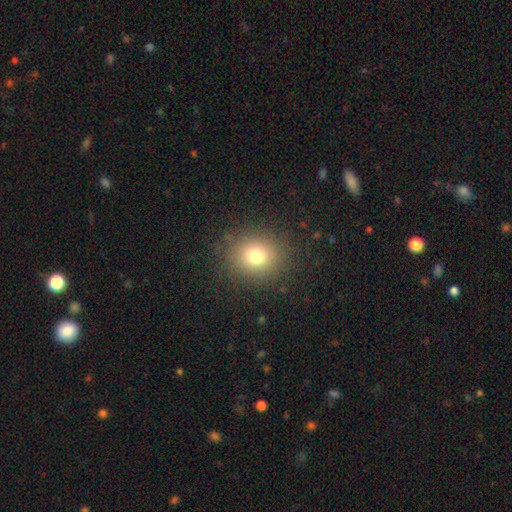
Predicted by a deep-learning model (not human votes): smooth 75%, star or artifact 15%, featured or disk 10%. Down the decision tree: how rounded — round (74%); merging — none (87%).